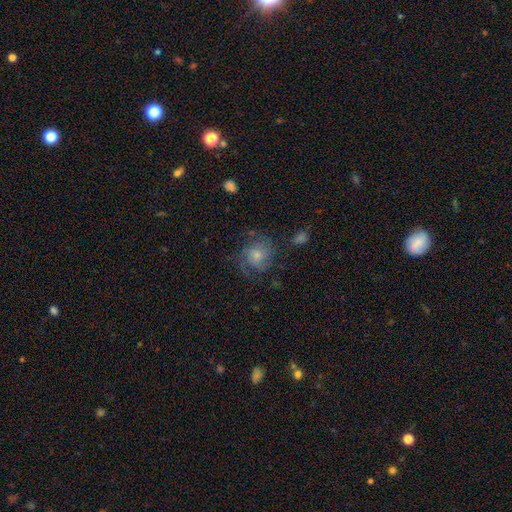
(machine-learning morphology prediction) type=featured or disk (58%); edge-on=no (97%); bar=no (77%); spiral arms=yes (88%); bulge=moderate (46%); merging=none (69%).